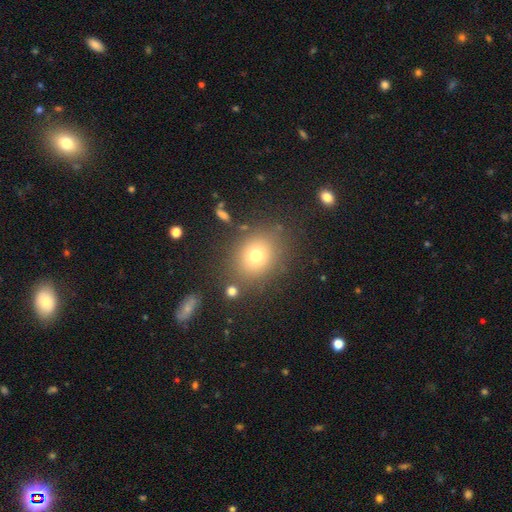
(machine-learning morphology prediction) Overall: smooth (72%). How rounded: round (62%; in between 37%). Merging: none (81%).